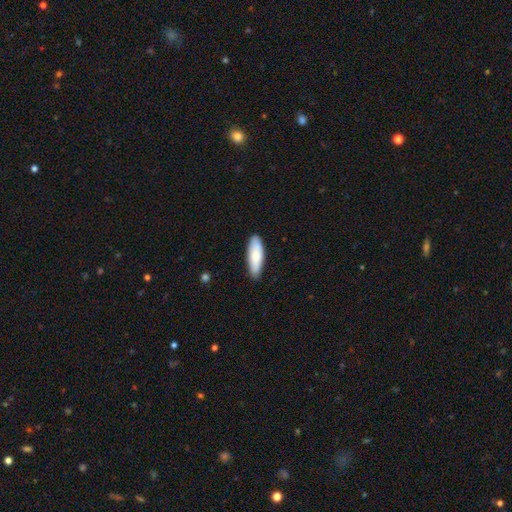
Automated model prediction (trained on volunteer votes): Morphology: type=smooth (80%); roundness=in between (54%); merging=none (86%).